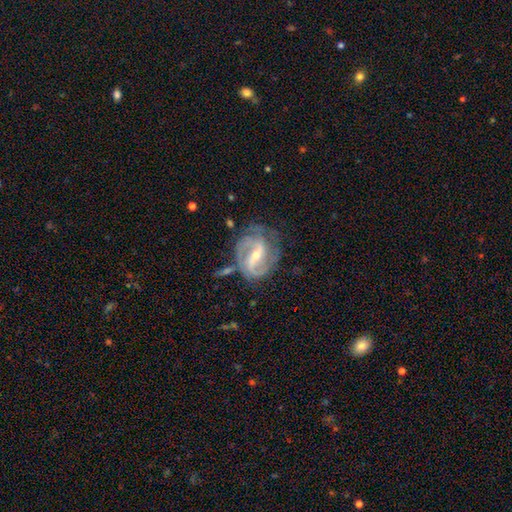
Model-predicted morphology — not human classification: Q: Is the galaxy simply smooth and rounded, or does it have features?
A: featured or disk — 88%.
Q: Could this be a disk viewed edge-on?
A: no — 97%.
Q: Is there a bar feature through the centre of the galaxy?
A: strong — 48%.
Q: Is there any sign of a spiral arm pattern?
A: yes — 94%.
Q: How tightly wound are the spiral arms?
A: medium — 46%.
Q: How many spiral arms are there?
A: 2 — 67%.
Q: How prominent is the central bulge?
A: small — 54%.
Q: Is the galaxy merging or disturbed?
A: none — 58%.